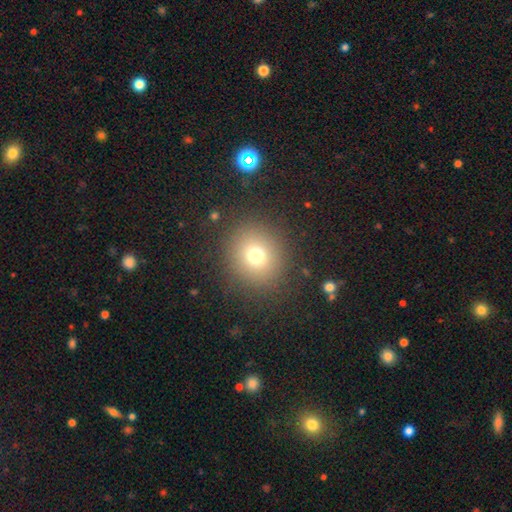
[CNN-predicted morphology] This appears to be a smooth galaxy with no disk features (72%) that is round (88%). Merging: none (87%).